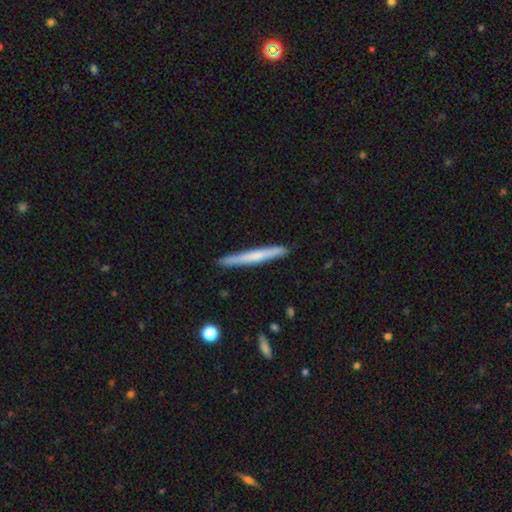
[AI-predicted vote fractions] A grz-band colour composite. It shows a smooth galaxy with no disk features (56%) that is cigar-shaped (97%). Merging: none (90%).